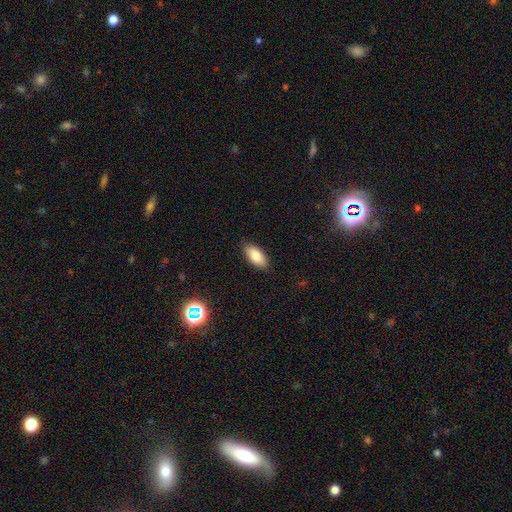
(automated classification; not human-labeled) Smooth or featured: smooth — 84% (featured or disk — 9%)
How rounded: in between — 90% (cigar-shaped — 8%)
Merging: none — 88% (minor disturbance — 9%)